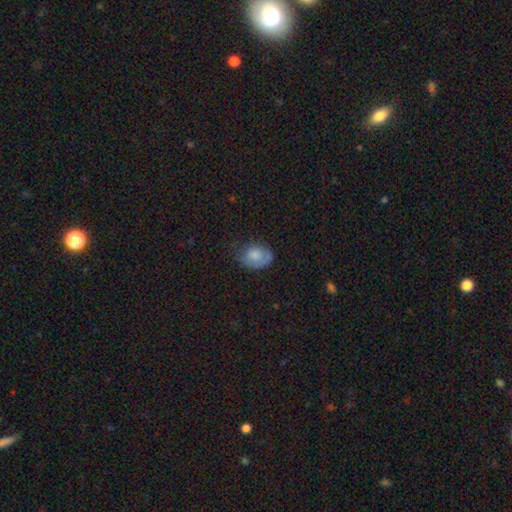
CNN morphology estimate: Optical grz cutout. It shows a smooth galaxy with no disk features (72%) that is in between round and cigar-shaped (60%). Merging: none (54%).